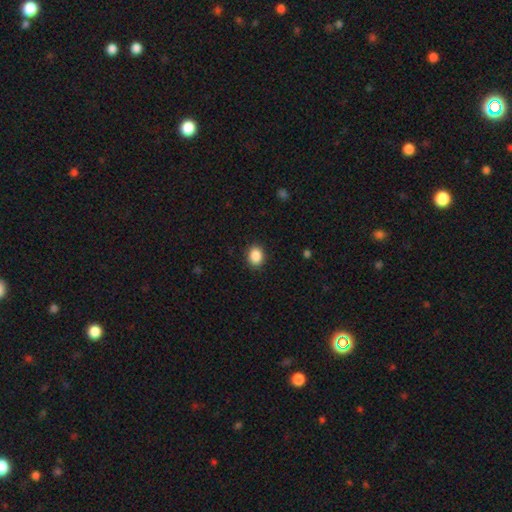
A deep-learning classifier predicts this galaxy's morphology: smooth-or-featured: smooth: 89% | star or artifact: 8% | featured or disk: 3%
  how-rounded: in between: 51% | round: 48% | cigar-shaped: 1%
  merging: none: 90% | minor disturbance: 7% | major disturbance: 2% | merger: 1%